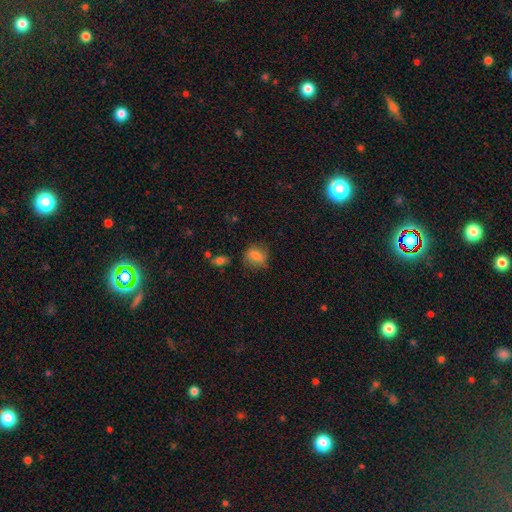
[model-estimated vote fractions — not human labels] This is likely a smooth galaxy (79%). How rounded: possibly round (59%). Merging: likely none (70%).